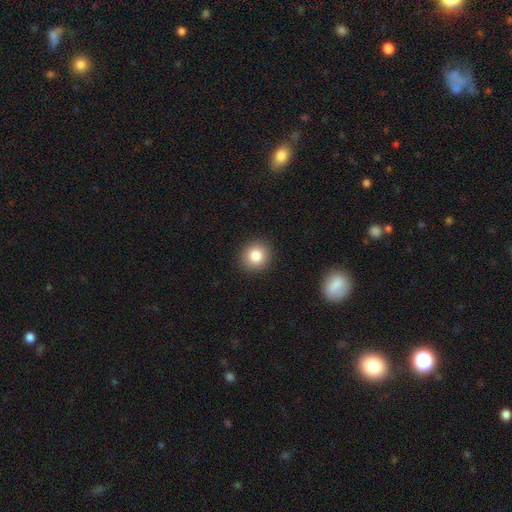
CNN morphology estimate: This is clearly a smooth galaxy (83%). How rounded: clearly round (86%). Merging: clearly none (91%).